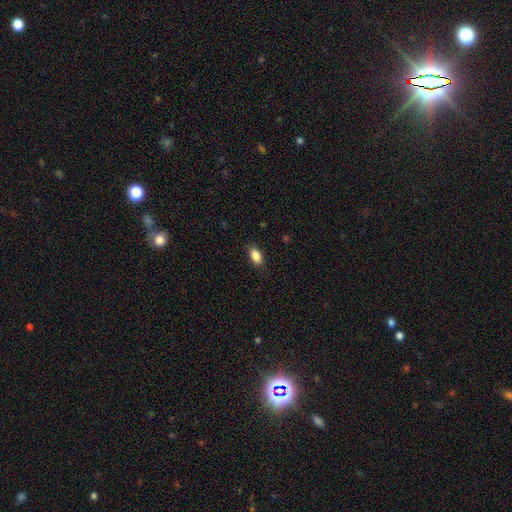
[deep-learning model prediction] Smooth or featured: smooth — 86% (star or artifact — 8%)
How rounded: in between — 89% (round — 6%)
Merging: none — 87% (minor disturbance — 10%)